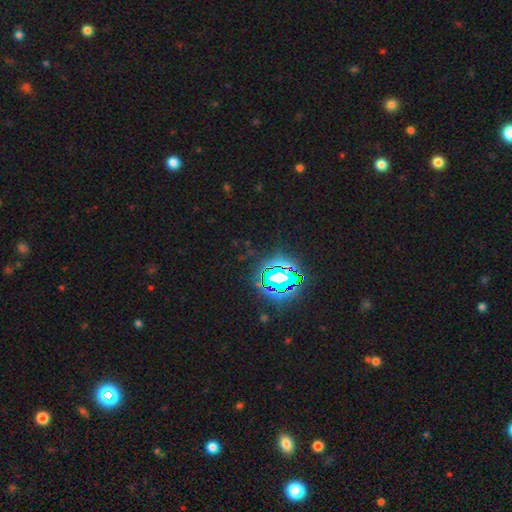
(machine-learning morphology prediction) Smooth or featured? Predicted: star or artifact (p=0.80).